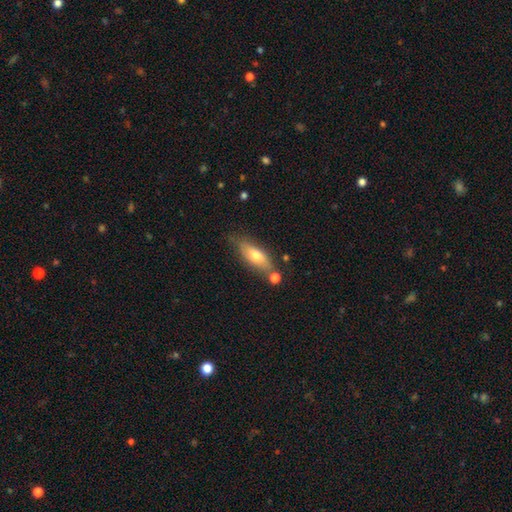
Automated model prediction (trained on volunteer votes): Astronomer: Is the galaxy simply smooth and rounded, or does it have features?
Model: smooth — 64%.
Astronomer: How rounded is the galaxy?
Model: in between — 62%.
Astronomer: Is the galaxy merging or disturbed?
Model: none — 63%.